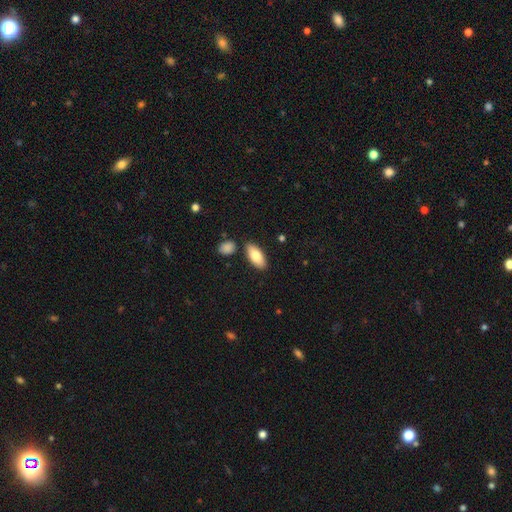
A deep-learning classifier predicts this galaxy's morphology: This appears to be a smooth galaxy with no disk features (77%) that is in between round and cigar-shaped (86%). Merging: none (84%).